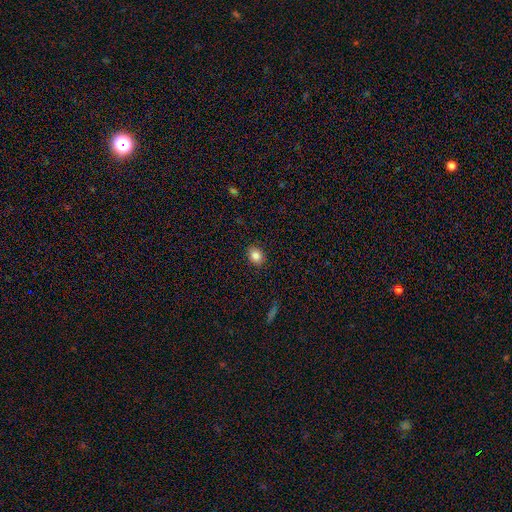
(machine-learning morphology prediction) Smooth or featured?
  - smooth: 84% *
  - star or artifact: 10%
  - featured or disk: 6%
How rounded?
  - in between: 51% *
  - round: 48%
  - cigar-shaped: 1%
Merging?
  - none: 88% *
  - minor disturbance: 8%
  - major disturbance: 2%
  - merger: 1%